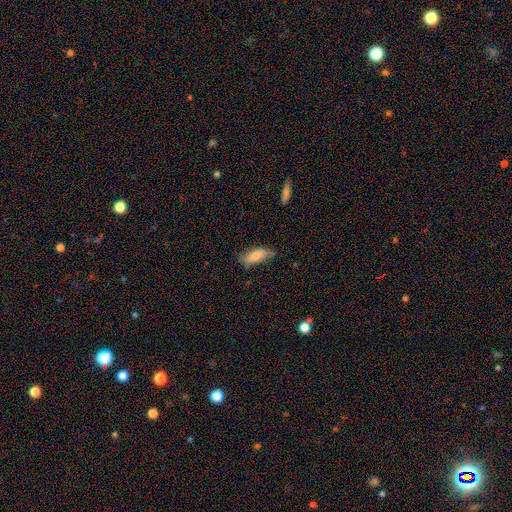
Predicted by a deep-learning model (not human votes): smooth-or-featured: smooth: 78% | featured or disk: 15% | star or artifact: 6%
  how-rounded: in between: 78% | cigar-shaped: 20% | round: 2%
  merging: none: 58% | minor disturbance: 33% | major disturbance: 7% | merger: 2%